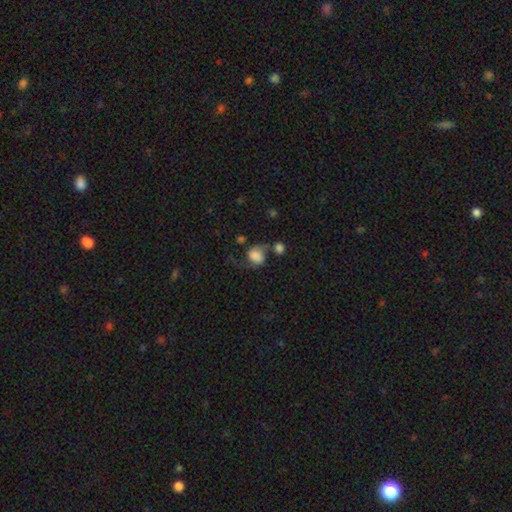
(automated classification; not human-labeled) Smooth or featured? smooth (60%)
How rounded? round (61%)
Merging? none (35%)